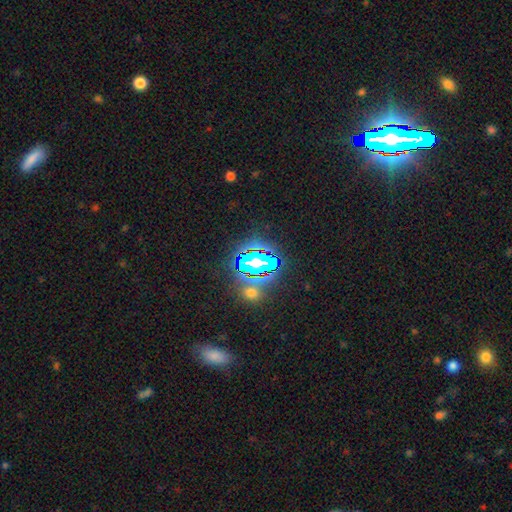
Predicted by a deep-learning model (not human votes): Smooth or featured?
  - star or artifact: 81% *
  - smooth: 11%
  - featured or disk: 8%